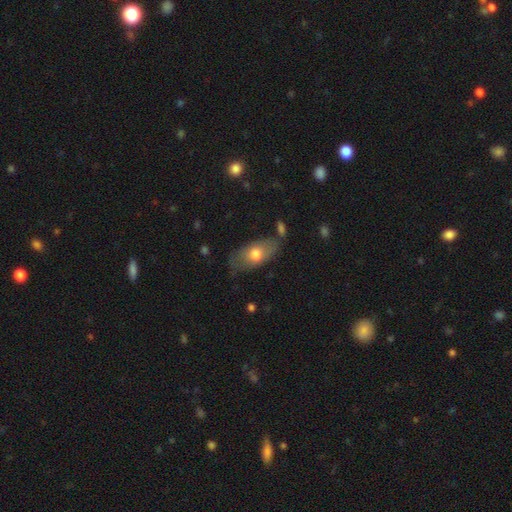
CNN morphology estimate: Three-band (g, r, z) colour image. It shows a smooth galaxy with no disk features (68%) that is in between round and cigar-shaped (88%). Merging: none (68%).